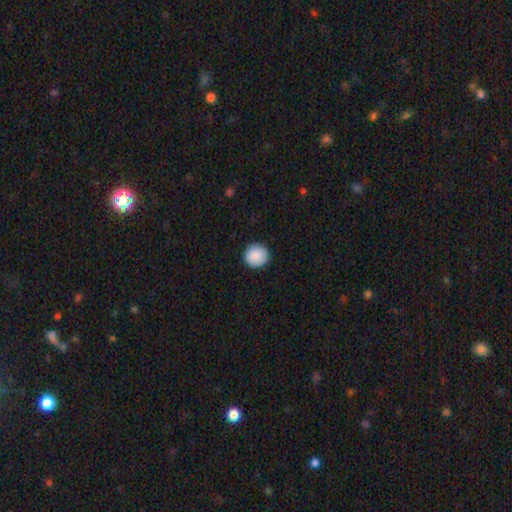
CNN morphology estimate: smooth-or-featured: smooth: 89% | star or artifact: 7% | featured or disk: 4%
  how-rounded: round: 91% | in between: 8% | cigar-shaped: 1%
  merging: none: 90% | minor disturbance: 7% | major disturbance: 2% | merger: 1%